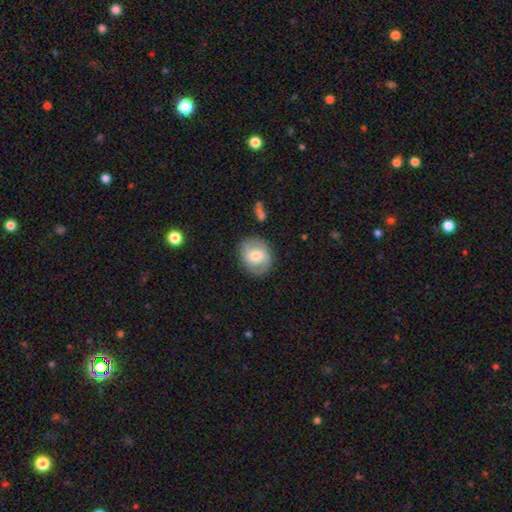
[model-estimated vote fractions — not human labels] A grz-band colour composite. It shows a smooth galaxy with no disk features (50%) that is round (61%). Merging: none (81%).